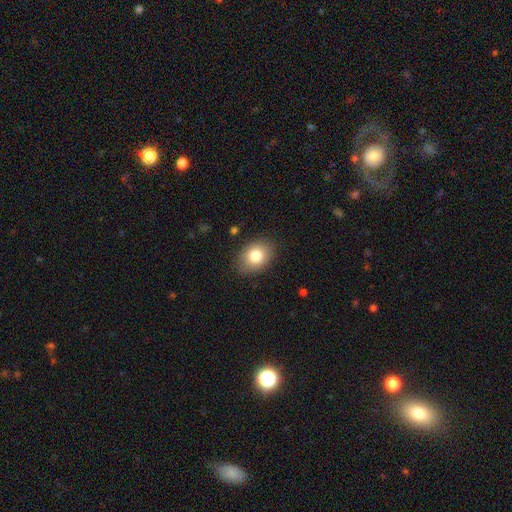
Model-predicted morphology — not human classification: smooth_or_featured: smooth (p=0.82) [alt: featured or disk p=0.10]
how_rounded: in between (p=0.68) [alt: round p=0.31]
merging: none (p=0.85) [alt: minor disturbance p=0.11]